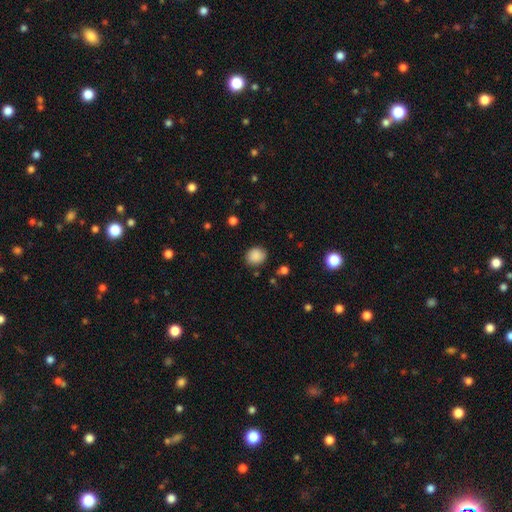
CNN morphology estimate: A smooth galaxy with no disk features (87%) that is round (74%).

Vote fractions:
- Smooth or featured? smooth: 87% / star or artifact: 9% / featured or disk: 4%
- How rounded? round: 74% / in between: 26% / cigar-shaped: 1%
- Merging? none: 84% / minor disturbance: 12% / major disturbance: 3% / merger: 2%